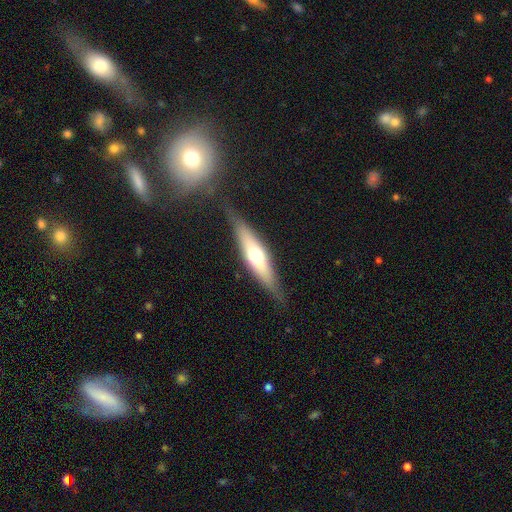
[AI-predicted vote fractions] Smooth or featured?
  - featured or disk: 52% *
  - smooth: 42%
  - star or artifact: 6%
Edge-on disk?
  - yes: 87% *
  - no: 13%
Merging?
  - none: 80% *
  - minor disturbance: 14%
  - major disturbance: 5%
  - merger: 2%